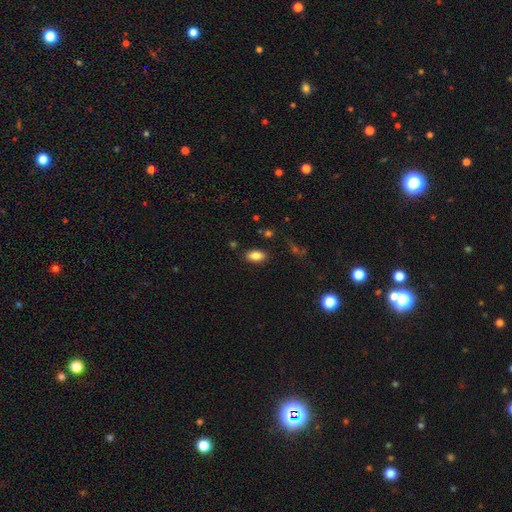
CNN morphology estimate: type=smooth (86%); roundness=in between (91%); merging=none (85%).